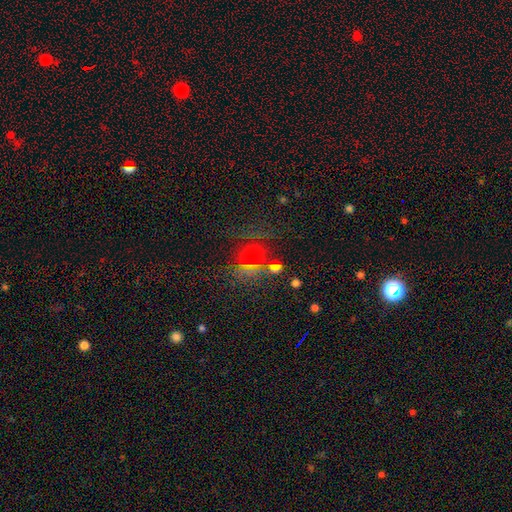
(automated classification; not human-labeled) Overall: smooth (46%; star or artifact 41%). Merging: none (69%).